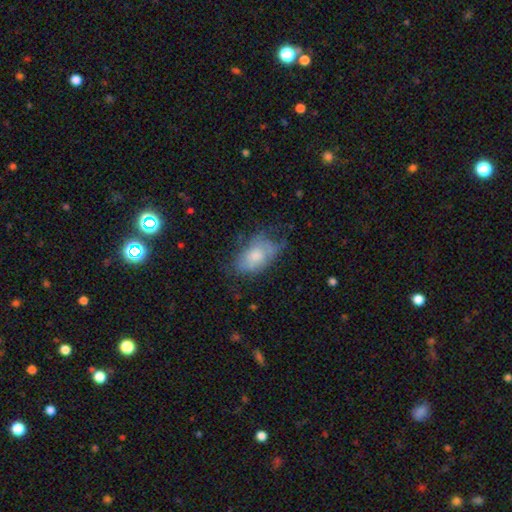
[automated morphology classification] smooth 60%, featured or disk 32%, star or artifact 8%. Down the decision tree: how rounded — in between (89%); merging — none (39%).